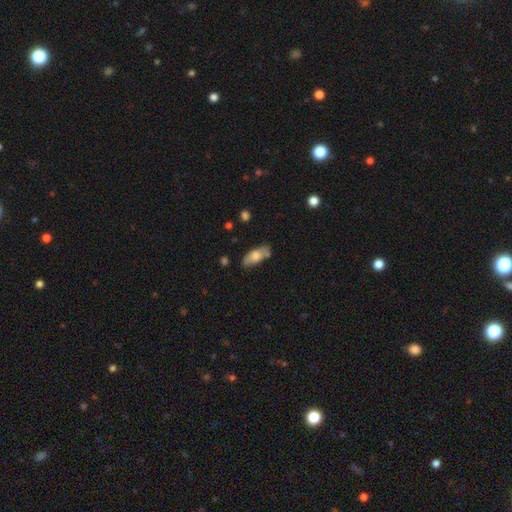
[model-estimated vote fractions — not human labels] This appears to be a smooth galaxy with no disk features (70%) that is in between round and cigar-shaped (81%). Merging: none (72%).